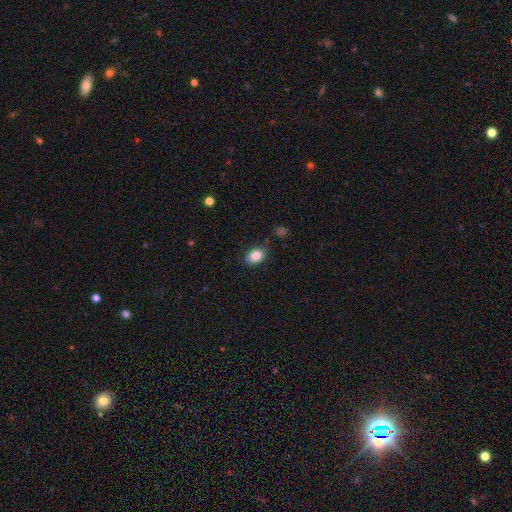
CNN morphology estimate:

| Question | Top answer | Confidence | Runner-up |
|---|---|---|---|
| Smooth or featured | smooth | 84% | star or artifact (8%) |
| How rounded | in between | 85% | round (14%) |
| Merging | none | 82% | minor disturbance (13%) |